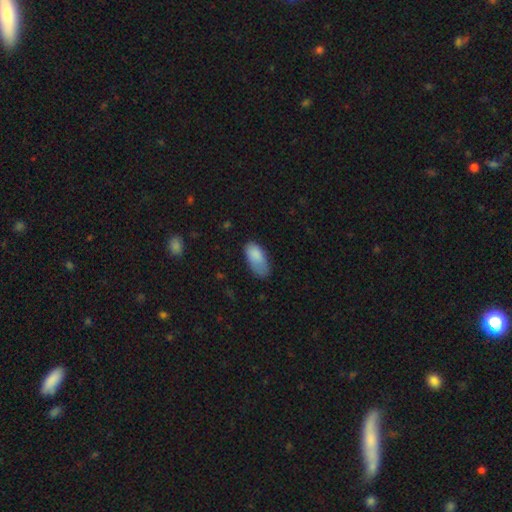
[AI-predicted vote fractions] The model was most divided on "merging": none: 45%, minor disturbance: 39%, major disturbance: 14%, merger: 2%. More confident: how rounded — in between (92%); smooth or featured — smooth (85%).